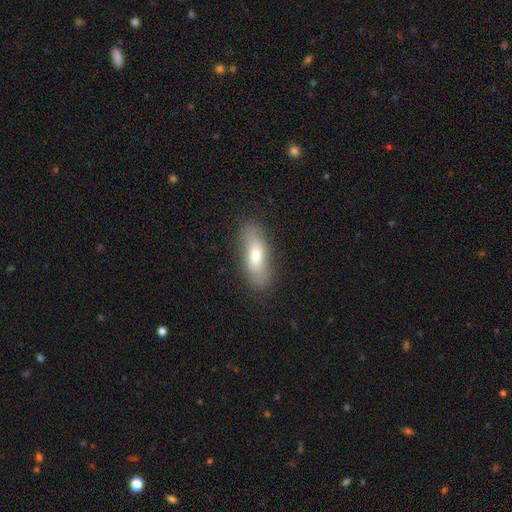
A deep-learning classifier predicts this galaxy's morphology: Smooth or featured? Predicted: smooth (p=0.70). How rounded? Predicted: in between (p=0.60). Merging? Predicted: none (p=0.83).